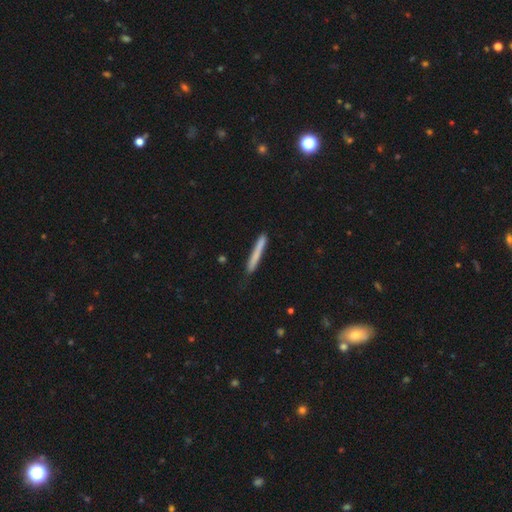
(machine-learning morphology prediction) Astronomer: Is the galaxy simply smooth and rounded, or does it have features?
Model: smooth — 74%.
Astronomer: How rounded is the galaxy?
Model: cigar-shaped — 97%.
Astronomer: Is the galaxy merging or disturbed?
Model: none — 82%.